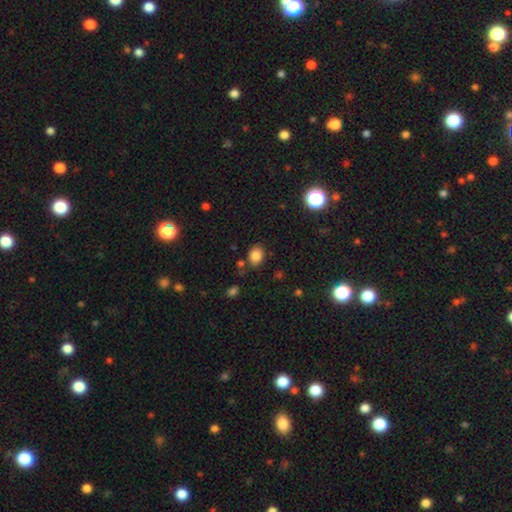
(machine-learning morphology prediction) This appears to be a smooth galaxy with no disk features (83%) that is in between round and cigar-shaped (66%). Merging: none (79%).